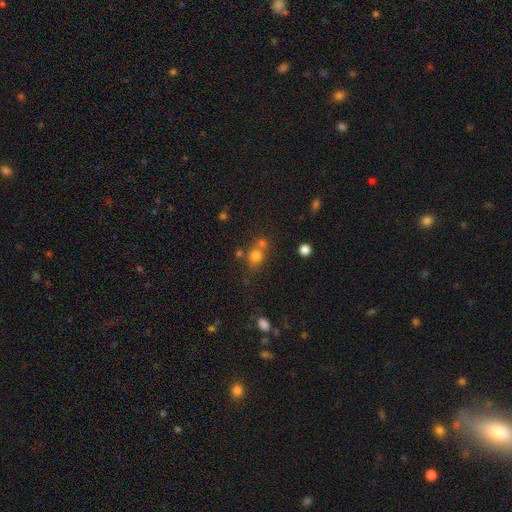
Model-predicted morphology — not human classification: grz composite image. It shows a smooth galaxy with no disk features (74%) that is round (70%). Merging: none (51%).